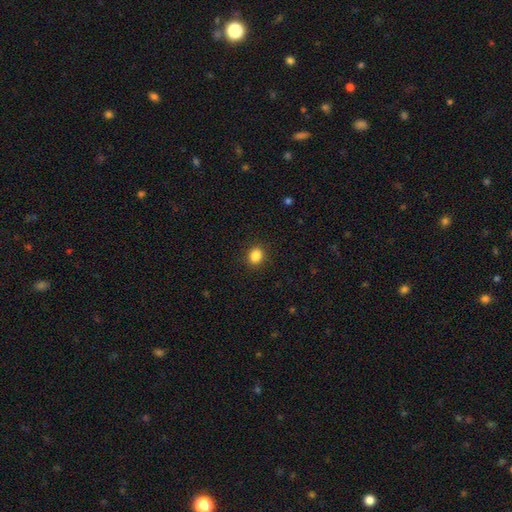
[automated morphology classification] Q: Smooth or featured?
A: smooth (86%); runner-up: star or artifact (10%)
Q: How rounded?
A: round (56%); runner-up: in between (43%)
Q: Merging?
A: none (90%); runner-up: minor disturbance (7%)